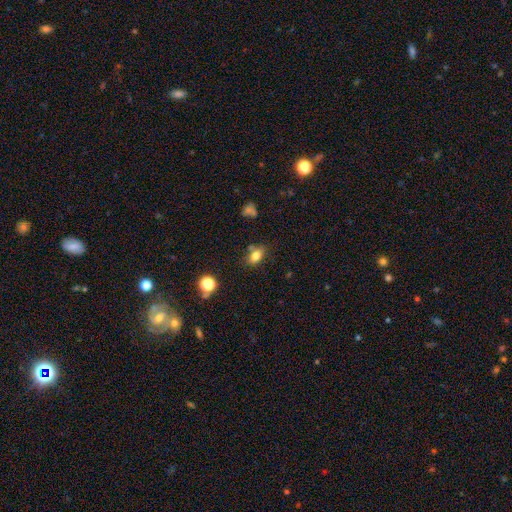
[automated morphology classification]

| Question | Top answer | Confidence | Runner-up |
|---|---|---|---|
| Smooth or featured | smooth | 78% | star or artifact (11%) |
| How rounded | in between | 78% | round (19%) |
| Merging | none | 70% | minor disturbance (17%) |